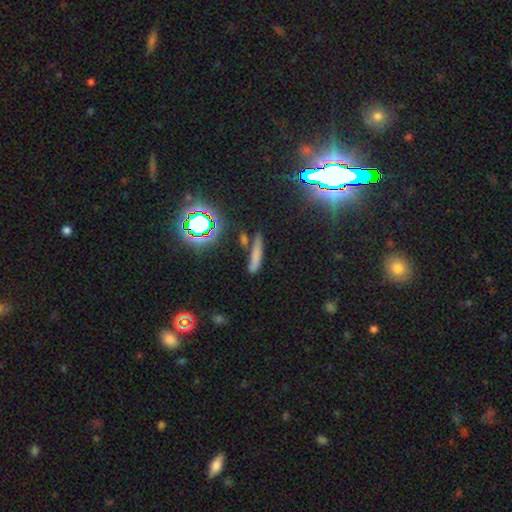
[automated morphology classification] Overall: smooth (63%). How rounded: cigar-shaped (86%). Merging: none (70%).